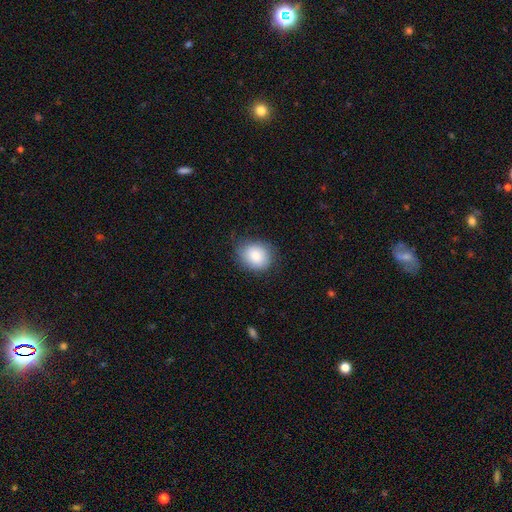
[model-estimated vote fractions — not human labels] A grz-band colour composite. It shows a smooth galaxy with no disk features (83%) that is round (62%). Merging: none (73%).